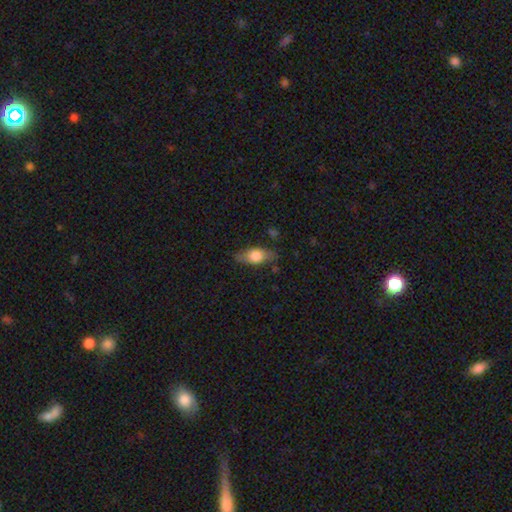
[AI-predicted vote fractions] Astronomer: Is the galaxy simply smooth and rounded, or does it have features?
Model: smooth — 68%.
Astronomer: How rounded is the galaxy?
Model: in between — 79%.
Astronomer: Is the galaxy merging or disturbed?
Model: none — 77%.